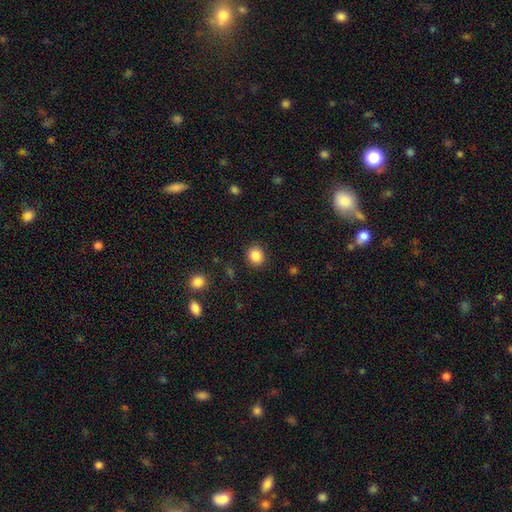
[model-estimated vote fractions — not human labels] A smooth galaxy with no disk features (87%) that is round (79%). Merging: none (89%).